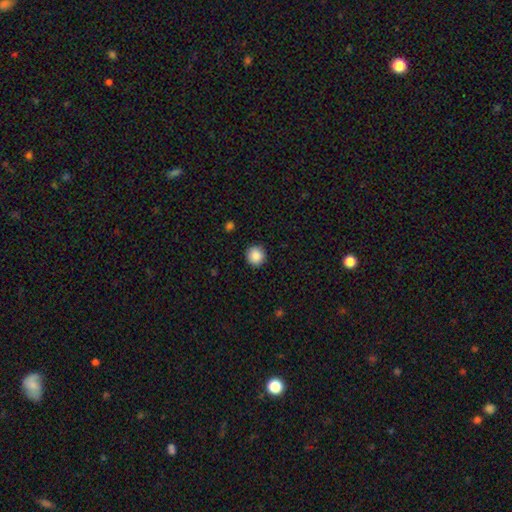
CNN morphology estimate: type=smooth (88%); roundness=round (93%); merging=none (91%).